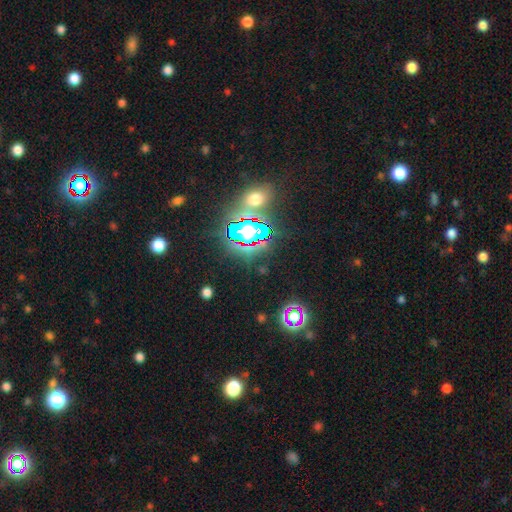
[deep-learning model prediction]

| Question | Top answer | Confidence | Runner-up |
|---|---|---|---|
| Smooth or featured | star or artifact | 82% | smooth (11%) |